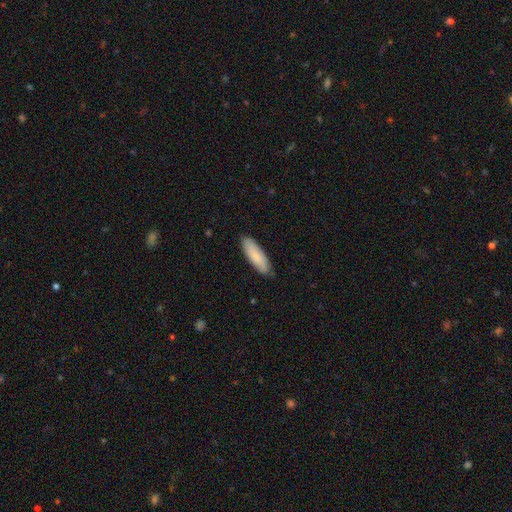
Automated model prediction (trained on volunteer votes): smooth-or-featured: smooth: 82% | featured or disk: 12% | star or artifact: 5%
  how-rounded: in between: 52% | cigar-shaped: 47% | round: 1%
  merging: none: 85% | minor disturbance: 12% | major disturbance: 2% | merger: 1%